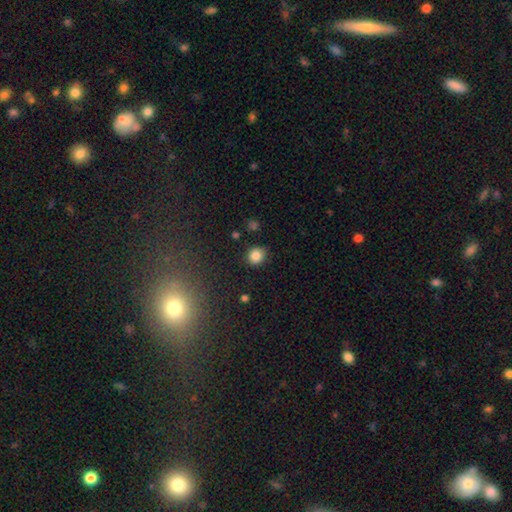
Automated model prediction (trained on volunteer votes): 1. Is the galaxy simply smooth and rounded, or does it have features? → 84% smooth, 11% star or artifact, 5% featured or disk.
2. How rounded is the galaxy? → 87% round, 12% in between, 1% cigar-shaped.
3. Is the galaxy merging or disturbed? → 85% none, 10% minor disturbance, 3% major disturbance, 2% merger.